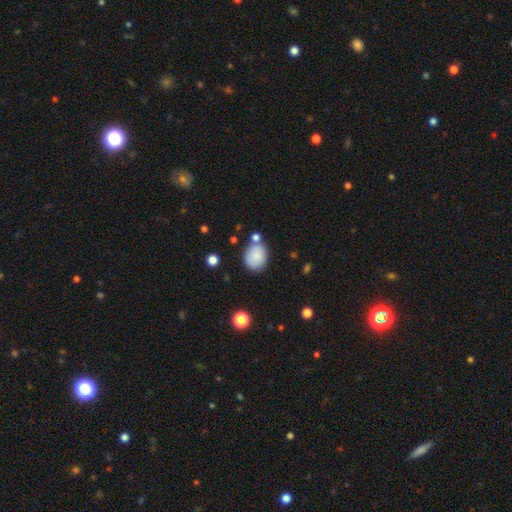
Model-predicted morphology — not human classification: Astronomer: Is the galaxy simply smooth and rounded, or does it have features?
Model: smooth — 85%.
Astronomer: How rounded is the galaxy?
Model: round — 55% (runner-up: in between, 44%).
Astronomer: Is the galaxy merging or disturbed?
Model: none — 67%.